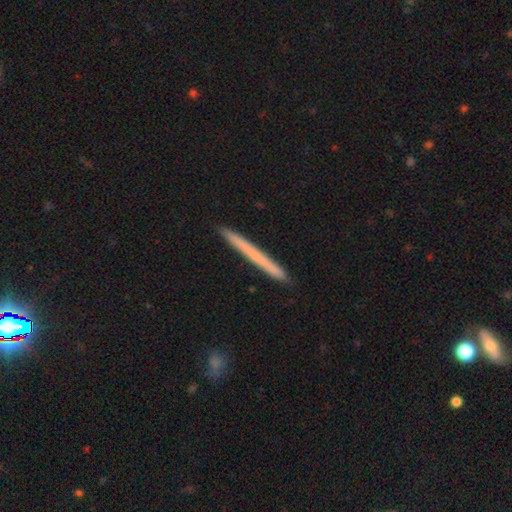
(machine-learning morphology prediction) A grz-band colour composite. It shows a smooth galaxy with no disk features (58%) that is cigar-shaped (97%). Merging: none (92%).